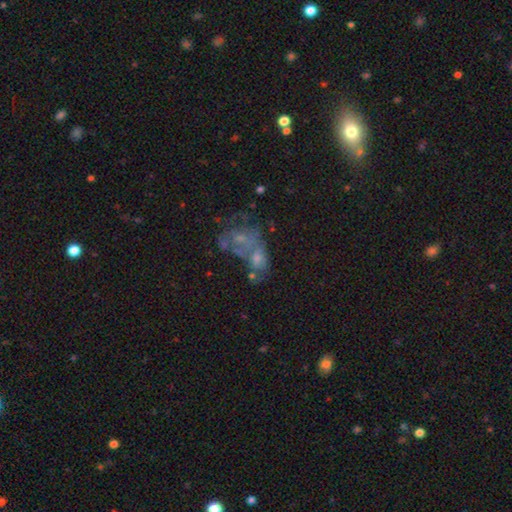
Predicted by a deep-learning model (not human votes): smooth_or_featured: featured or disk (p=0.49) [alt: smooth p=0.32]
merging: merger (p=0.51) [alt: none p=0.20]